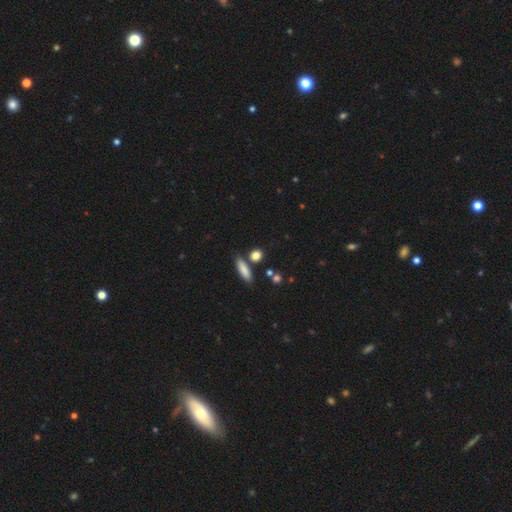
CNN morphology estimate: A smooth galaxy with no disk features (83%) that is round (54%).

Vote fractions:
- Smooth or featured? smooth: 83% / star or artifact: 10% / featured or disk: 6%
- How rounded? round: 54% / in between: 30% / cigar-shaped: 17%
- Merging? none: 77% / merger: 10% / minor disturbance: 10% / major disturbance: 3%